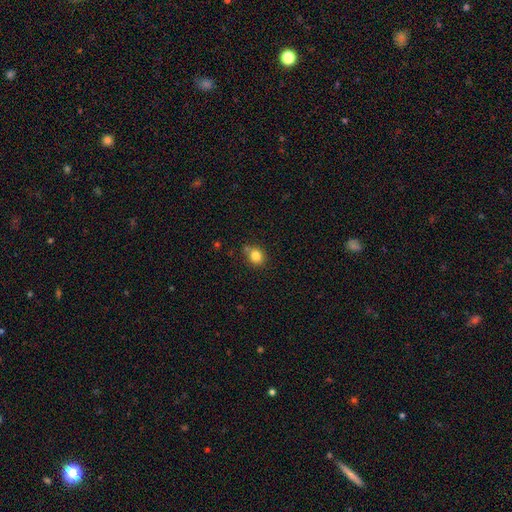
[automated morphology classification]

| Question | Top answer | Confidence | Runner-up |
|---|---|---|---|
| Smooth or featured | smooth | 82% | star or artifact (12%) |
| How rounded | round | 76% | in between (23%) |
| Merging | none | 77% | minor disturbance (11%) |